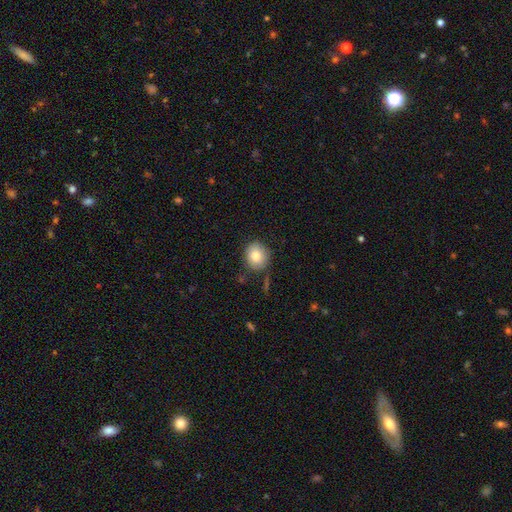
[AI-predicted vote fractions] Smooth or featured?
  - smooth: 81% *
  - featured or disk: 10%
  - star or artifact: 9%
How rounded?
  - round: 78% *
  - in between: 21%
  - cigar-shaped: 1%
Merging?
  - none: 78% *
  - minor disturbance: 15%
  - major disturbance: 4%
  - merger: 3%